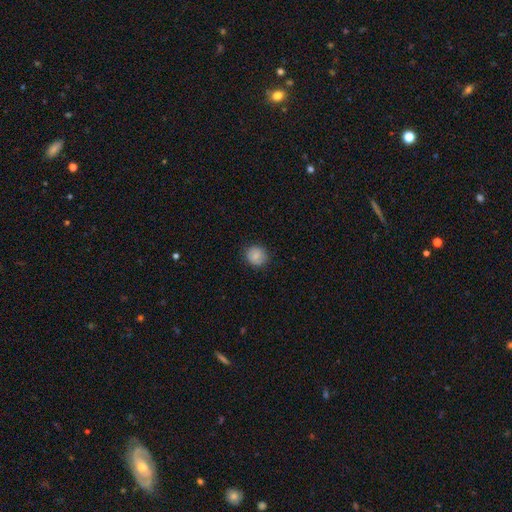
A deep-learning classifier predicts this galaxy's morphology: Smooth or featured?
  - smooth: 81% *
  - featured or disk: 11%
  - star or artifact: 8%
How rounded?
  - round: 83% *
  - in between: 16%
  - cigar-shaped: 1%
Merging?
  - none: 84% *
  - minor disturbance: 12%
  - major disturbance: 3%
  - merger: 1%